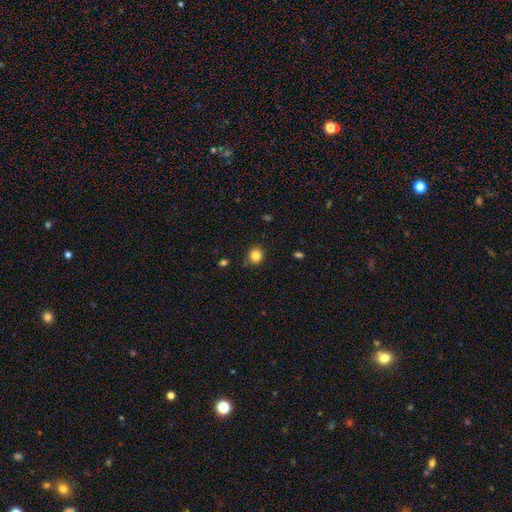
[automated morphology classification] smooth_or_featured: smooth (p=0.83) [alt: star or artifact p=0.12]
how_rounded: round (p=0.86) [alt: in between p=0.13]
merging: none (p=0.81) [alt: minor disturbance p=0.13]